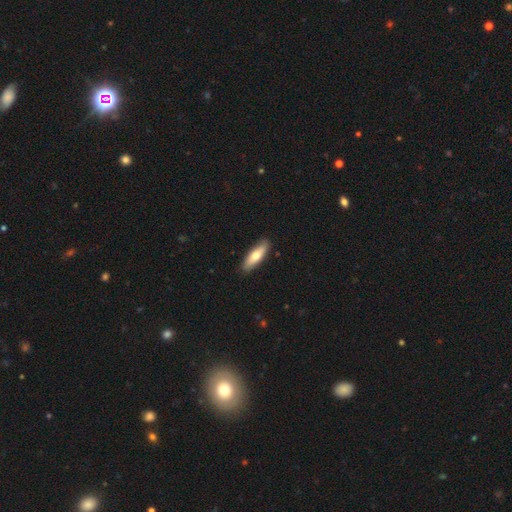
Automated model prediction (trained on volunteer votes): smooth_or_featured: smooth (p=0.68) [alt: featured or disk p=0.27]
how_rounded: cigar-shaped (p=0.52) [alt: in between p=0.46]
merging: none (p=0.89) [alt: minor disturbance p=0.09]